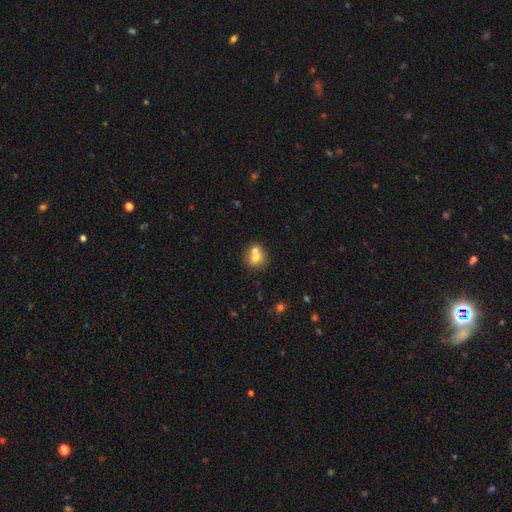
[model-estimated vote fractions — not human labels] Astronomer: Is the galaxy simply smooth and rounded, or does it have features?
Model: smooth — 70%.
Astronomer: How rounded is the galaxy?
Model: round — 75%.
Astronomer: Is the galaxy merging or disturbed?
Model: merger — 55% (runner-up: none, 36%).